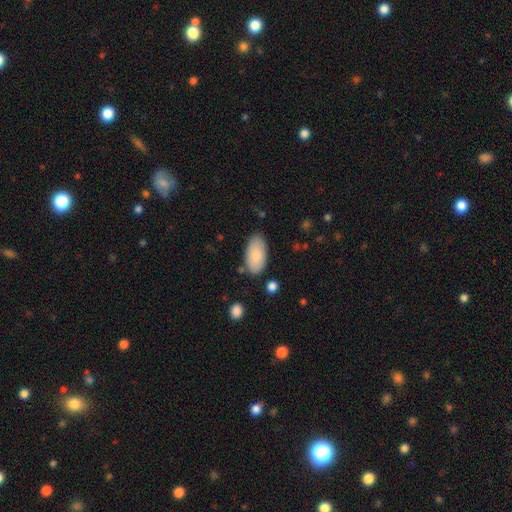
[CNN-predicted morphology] This is clearly a smooth galaxy (85%). How rounded: clearly in between (95%). Merging: clearly none (80%).